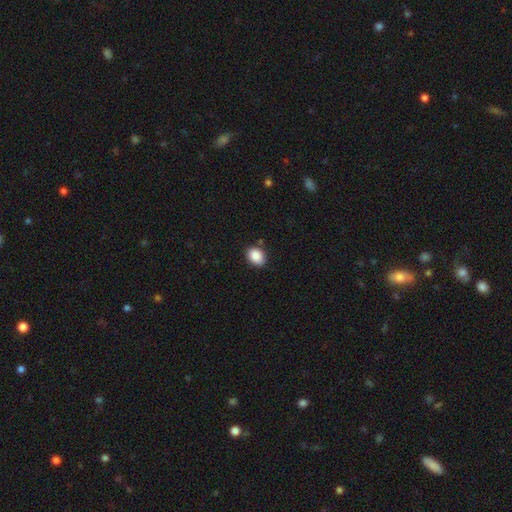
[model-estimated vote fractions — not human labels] Q: Smooth or featured?
A: smooth (88%); runner-up: star or artifact (8%)
Q: How rounded?
A: in between (68%); runner-up: round (31%)
Q: Merging?
A: none (84%); runner-up: minor disturbance (11%)